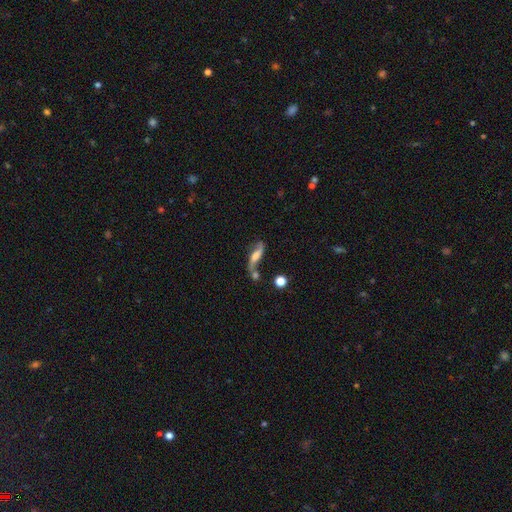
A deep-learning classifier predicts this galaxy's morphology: This appears to be a featured or disk galaxy (55%). Merging: none (41%).